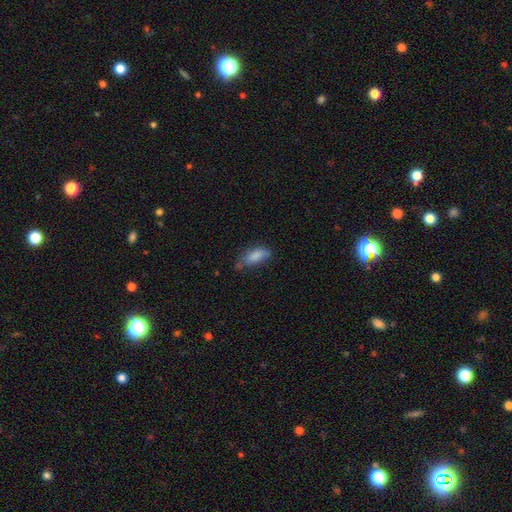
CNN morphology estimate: smooth 84%, featured or disk 8%, star or artifact 7%. Down the decision tree: how rounded — in between (77%); merging — none (57%).